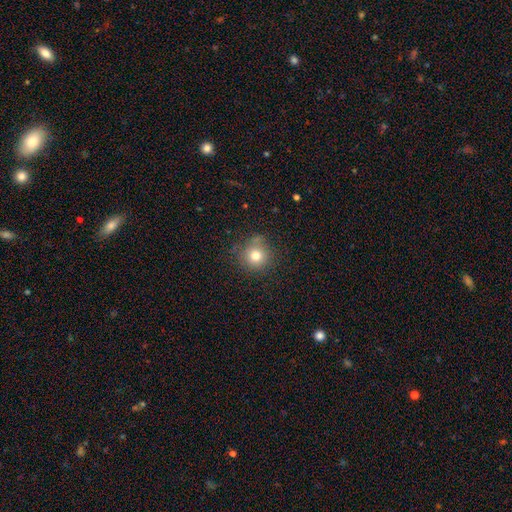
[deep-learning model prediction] A smooth galaxy with no disk features (77%) that is round (92%).

Vote fractions:
- Smooth or featured? smooth: 77% / star or artifact: 14% / featured or disk: 10%
- How rounded? round: 92% / in between: 7% / cigar-shaped: 1%
- Merging? none: 76% / minor disturbance: 16% / major disturbance: 5% / merger: 4%